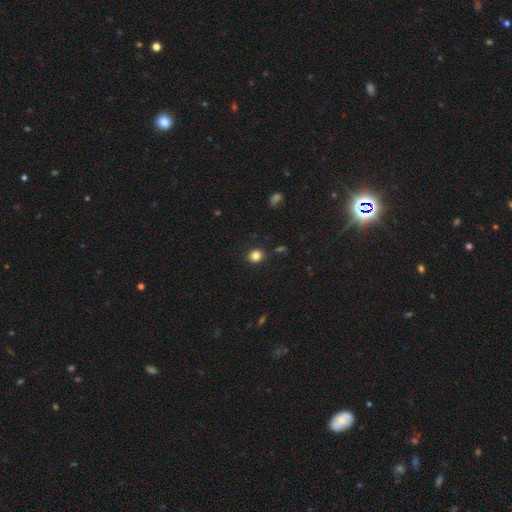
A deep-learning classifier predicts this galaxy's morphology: Overall: smooth (83%). How rounded: round (73%). Merging: none (89%).